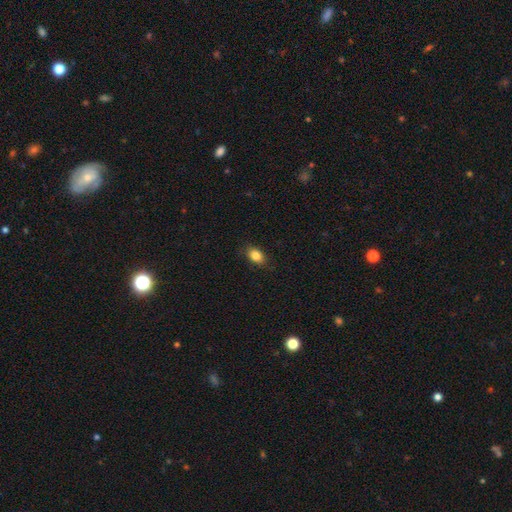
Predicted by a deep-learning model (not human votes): Morphology: type=smooth (85%); roundness=in between (82%); merging=none (85%).